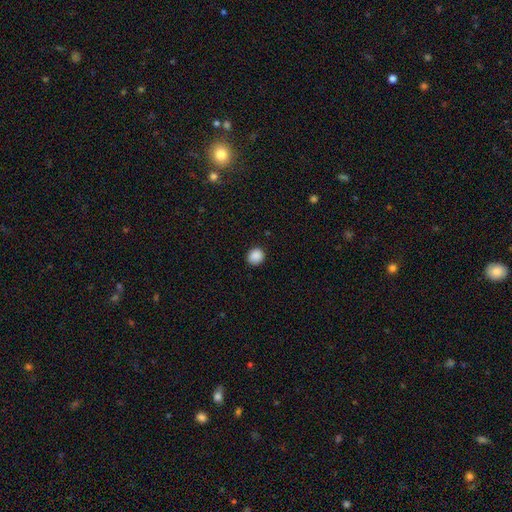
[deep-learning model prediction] Smooth or featured? Predicted: smooth (p=0.89). How rounded? Predicted: round (p=0.82). Merging? Predicted: none (p=0.90).